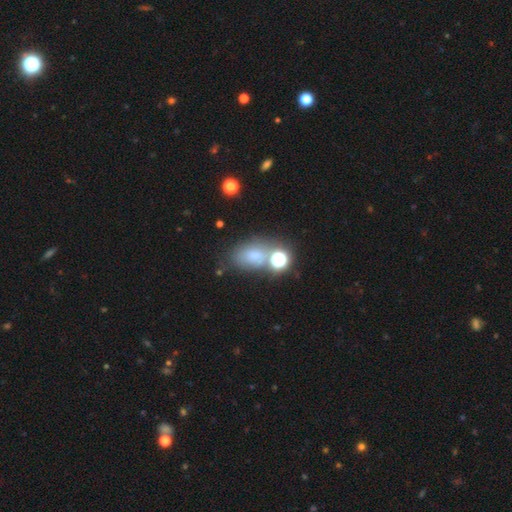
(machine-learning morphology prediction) This is likely a smooth galaxy (65%). How rounded: likely in between (75%). Merging: possibly none (52%).